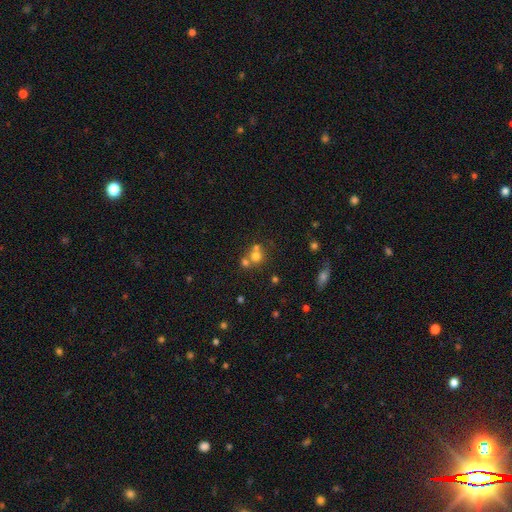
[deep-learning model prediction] The model was most divided on "merging": merger: 46%, none: 44%, minor disturbance: 7%, major disturbance: 3%. More confident: how rounded — round (84%); smooth or featured — smooth (67%).